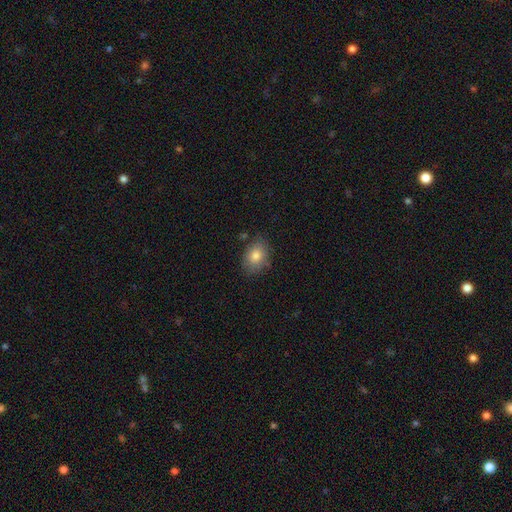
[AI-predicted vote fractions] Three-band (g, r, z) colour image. It shows a smooth galaxy with no disk features (81%) that is in between round and cigar-shaped (65%). Merging: none (76%).